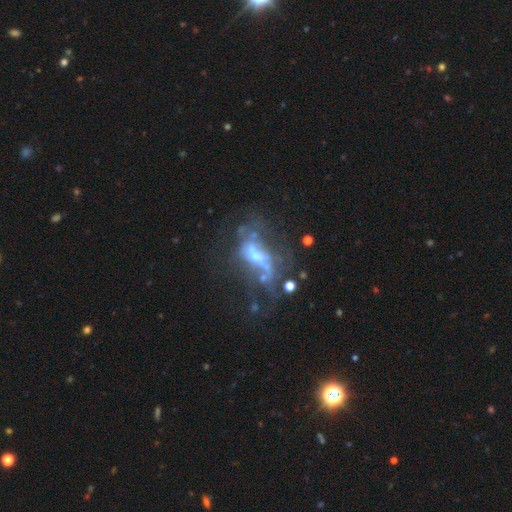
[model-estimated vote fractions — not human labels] Smooth or featured?
  - featured or disk: 67% *
  - star or artifact: 16%
  - smooth: 16%
Edge-on disk?
  - no: 93% *
  - yes: 7%
Bar?
  - no: 66% *
  - weak: 22%
  - strong: 12%
Spiral arms?
  - no: 71% *
  - yes: 29%
Bulge size?
  - small: 39% *
  - moderate: 36%
  - none: 18%
  - large: 6%
  - dominant: 2%
Merging?
  - major disturbance: 35% *
  - none: 29%
  - merger: 24%
  - minor disturbance: 13%